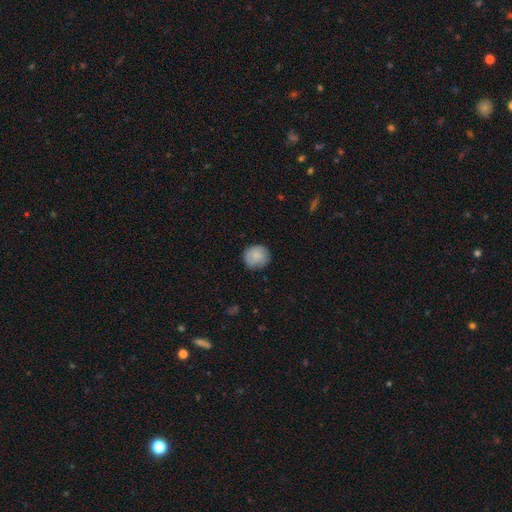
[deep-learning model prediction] smooth-or-featured: smooth: 85% | featured or disk: 8% | star or artifact: 7%
  how-rounded: round: 87% | in between: 12% | cigar-shaped: 1%
  merging: none: 82% | minor disturbance: 14% | major disturbance: 3% | merger: 1%